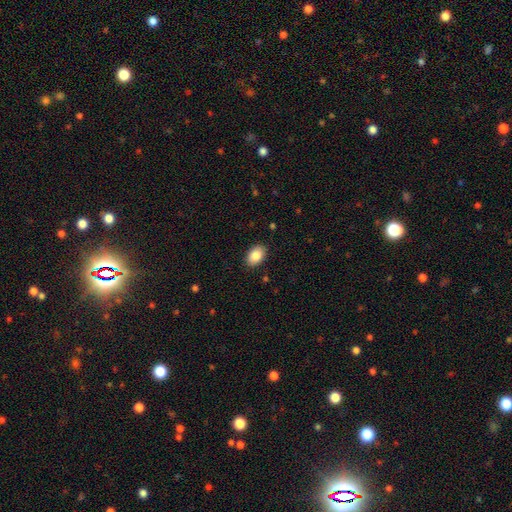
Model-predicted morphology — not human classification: Smooth or featured: smooth — 87% (star or artifact — 7%)
How rounded: in between — 87% (round — 12%)
Merging: none — 88% (minor disturbance — 9%)